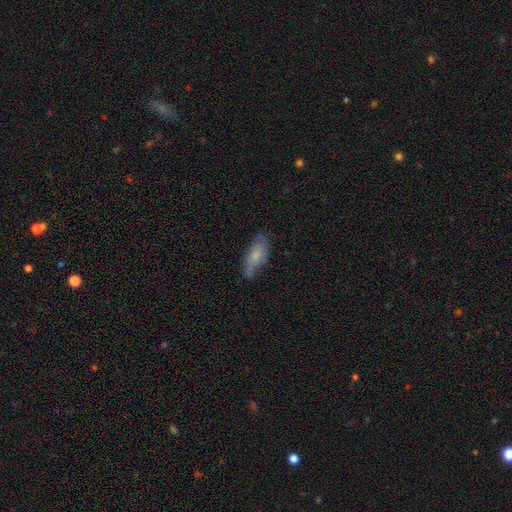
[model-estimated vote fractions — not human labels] smooth_or_featured: smooth (p=0.59) [alt: featured or disk p=0.34]
how_rounded: in between (p=0.76) [alt: cigar-shaped p=0.22]
merging: none (p=0.59) [alt: minor disturbance p=0.30]